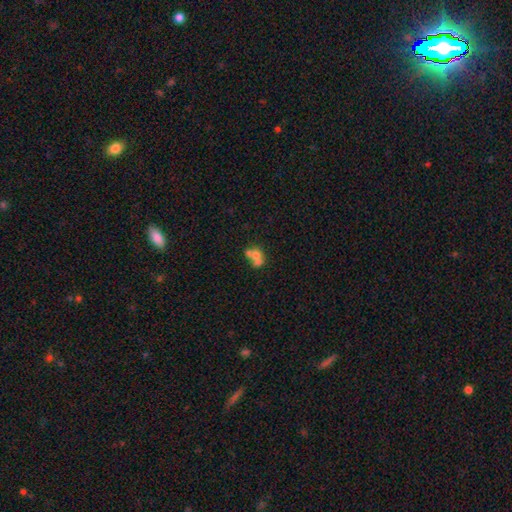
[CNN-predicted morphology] A smooth galaxy with no disk features (60%) that is round (60%).

Vote fractions:
- Smooth or featured? smooth: 60% / featured or disk: 28% / star or artifact: 12%
- How rounded? round: 60% / in between: 38% / cigar-shaped: 1%
- Merging? merger: 63% / none: 24% / minor disturbance: 8% / major disturbance: 5%